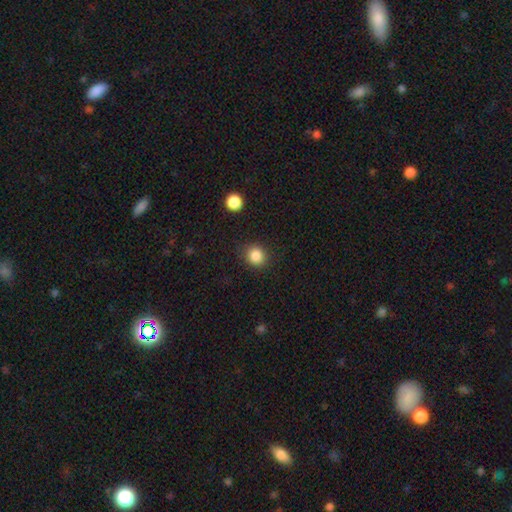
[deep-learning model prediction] Smooth or featured? Predicted: smooth (p=0.86). How rounded? Predicted: round (p=0.85). Merging? Predicted: none (p=0.87).